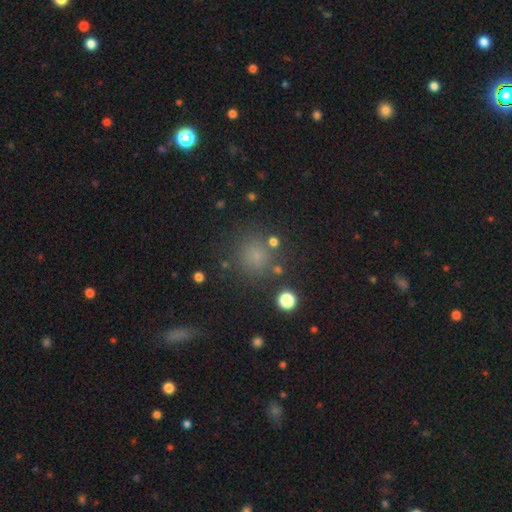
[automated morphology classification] smooth 72%, star or artifact 21%, featured or disk 7%. Down the decision tree: how rounded — round (92%); merging — none (82%).